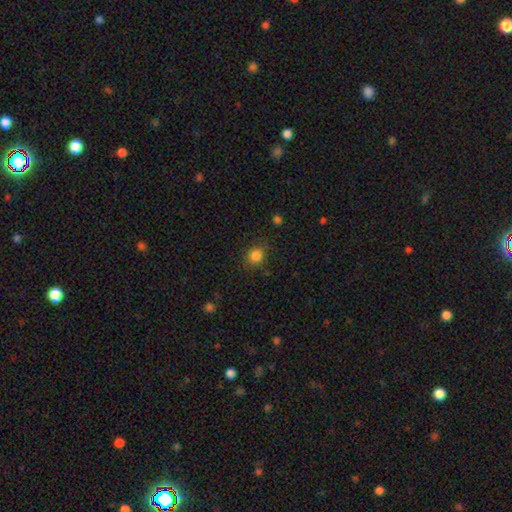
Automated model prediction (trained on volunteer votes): Smooth or featured? smooth (84%)
How rounded? round (77%)
Merging? none (84%)